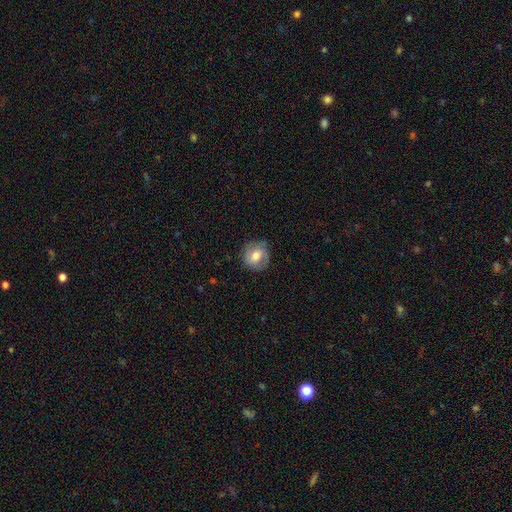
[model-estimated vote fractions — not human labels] Overall: smooth (54%; featured or disk 38%). How rounded: round (84%). Merging: none (77%).